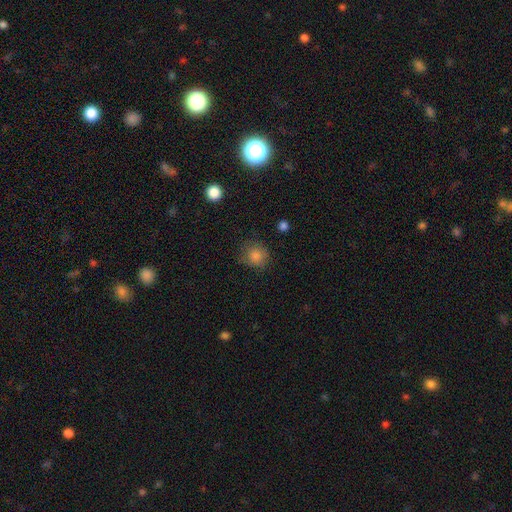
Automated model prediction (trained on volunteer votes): Smooth or featured? smooth (83%)
How rounded? round (87%)
Merging? none (78%)